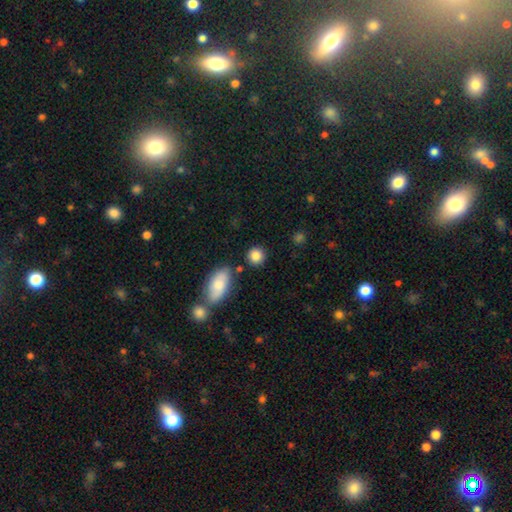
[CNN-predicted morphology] Smooth or featured?
  - smooth: 86% *
  - star or artifact: 8%
  - featured or disk: 6%
How rounded?
  - round: 84% *
  - in between: 14%
  - cigar-shaped: 2%
Merging?
  - none: 81% *
  - minor disturbance: 10%
  - merger: 6%
  - major disturbance: 3%